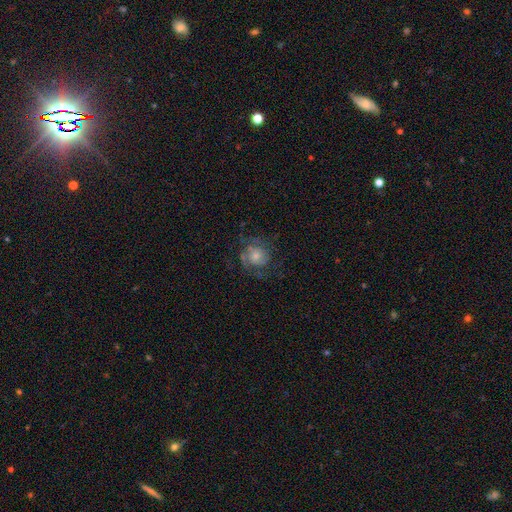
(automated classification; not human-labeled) The model was most divided on "bulge size": moderate: 41%, small: 39%, large: 11%, none: 7%, dominant: 2%. More confident: edge-on disk — no (98%); spiral arms — yes (81%); bar — no (79%); merging — none (62%); smooth or featured — featured or disk (58%).